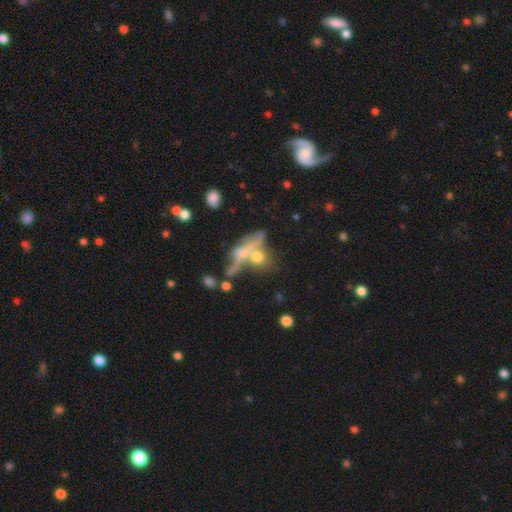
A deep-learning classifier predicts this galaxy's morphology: smooth_or_featured: featured or disk (p=0.53) [alt: smooth p=0.28]
disk_edge_on: no (p=0.72) [alt: yes p=0.28]
merging: merger (p=0.39) [alt: none p=0.35]